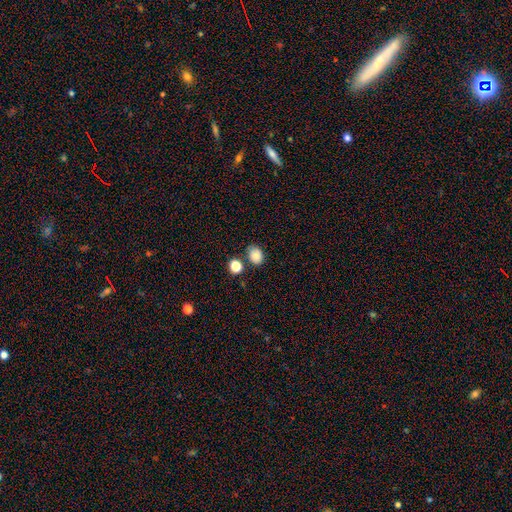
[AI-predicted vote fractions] This is clearly a smooth galaxy (83%). How rounded: possibly in between (56%). Merging: likely none (71%).